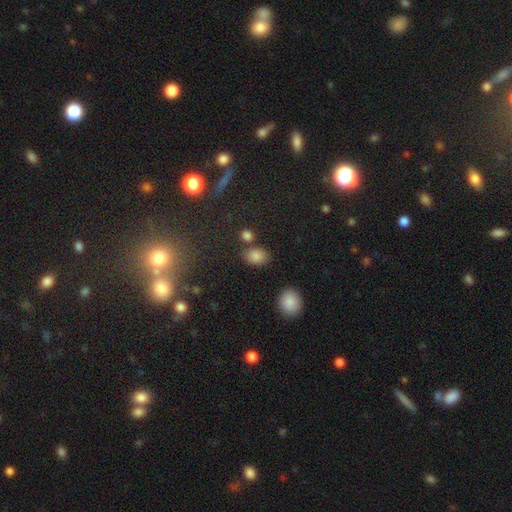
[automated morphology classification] Smooth or featured?
  - smooth: 84% *
  - star or artifact: 11%
  - featured or disk: 5%
How rounded?
  - in between: 74% *
  - round: 25%
  - cigar-shaped: 1%
Merging?
  - none: 72% *
  - minor disturbance: 13%
  - merger: 10%
  - major disturbance: 4%